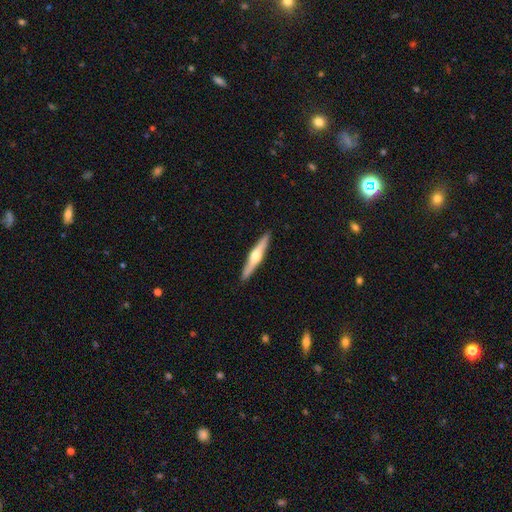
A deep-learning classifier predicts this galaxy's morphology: This appears to be a featured or disk galaxy (63%) viewed edge-on (97%) with a rounded central bulge (92%). Merging: none (91%).